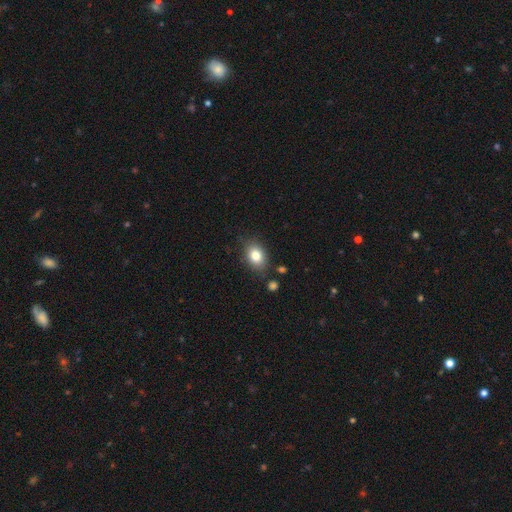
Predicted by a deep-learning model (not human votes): smooth-or-featured: smooth: 82% | featured or disk: 9% | star or artifact: 9%
  how-rounded: in between: 73% | round: 25% | cigar-shaped: 1%
  merging: none: 79% | minor disturbance: 14% | merger: 4% | major disturbance: 3%